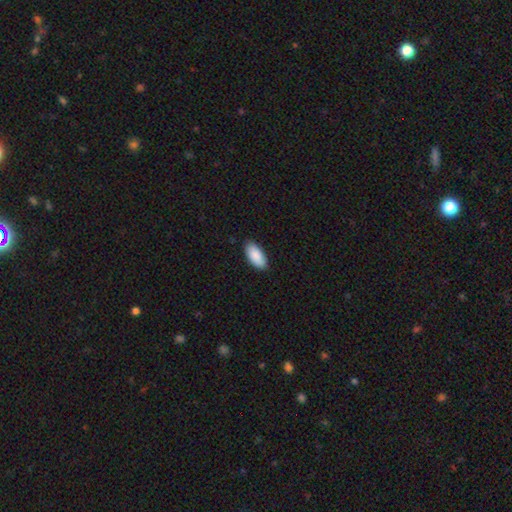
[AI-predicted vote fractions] Overall: smooth (89%). How rounded: in between (92%). Merging: none (86%).